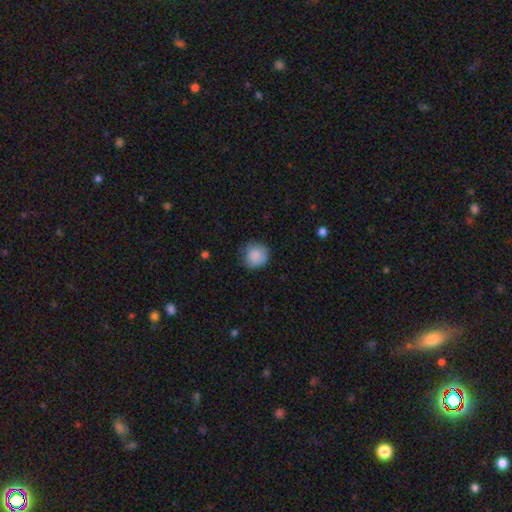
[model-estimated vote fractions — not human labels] This is clearly a smooth galaxy (88%). How rounded: clearly round (89%). Merging: likely none (75%).